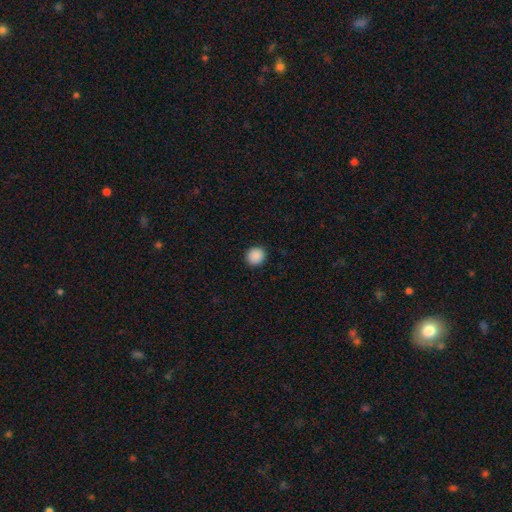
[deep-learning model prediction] The model was most divided on "how rounded": round: 89%, in between: 10%, cigar-shaped: 1%. More confident: merging — none (92%); smooth or featured — smooth (89%).